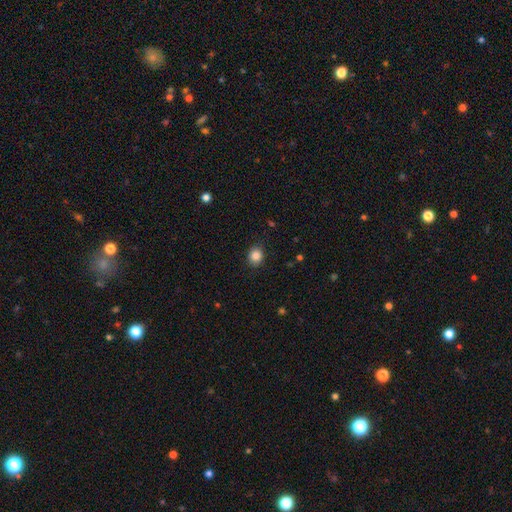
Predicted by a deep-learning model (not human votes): Smooth or featured: smooth — 85% (star or artifact — 10%)
How rounded: round — 66% (in between — 33%)
Merging: none — 89% (minor disturbance — 8%)